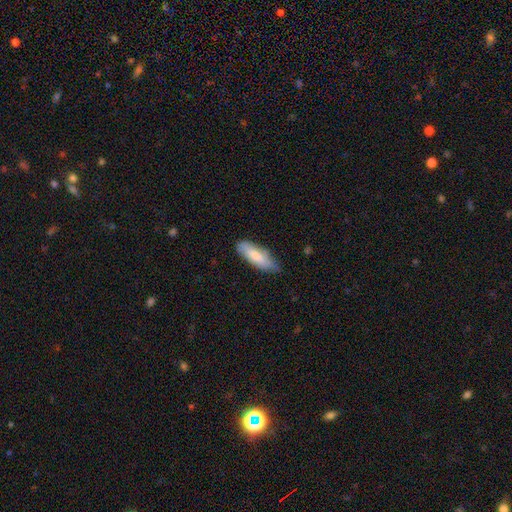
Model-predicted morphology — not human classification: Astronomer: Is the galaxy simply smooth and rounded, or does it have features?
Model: smooth — 78%.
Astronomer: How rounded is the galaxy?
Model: in between — 57% (runner-up: cigar-shaped, 42%).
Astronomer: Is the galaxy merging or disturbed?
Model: none — 70%.